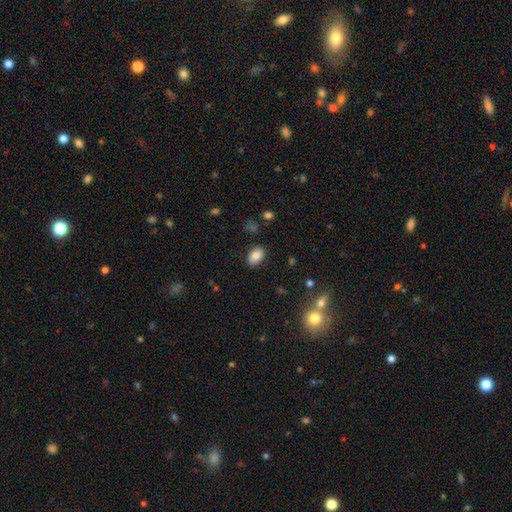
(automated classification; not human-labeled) smooth 84%, star or artifact 9%, featured or disk 7%. Down the decision tree: how rounded — in between (88%); merging — none (85%).